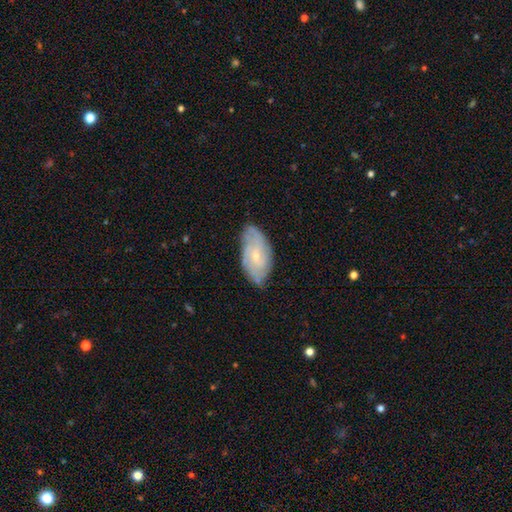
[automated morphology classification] smooth_or_featured: featured or disk (p=0.67) [alt: smooth p=0.27]
disk_edge_on: no (p=0.93) [alt: yes p=0.07]
bar: no (p=0.67) [alt: weak p=0.29]
has_spiral_arms: yes (p=0.87) [alt: no p=0.13]
spiral_winding: tight (p=0.57) [alt: medium p=0.32]
spiral_arm_count: can't tell (p=0.47) [alt: 2 p=0.22]
bulge_size: small (p=0.72) [alt: moderate p=0.24]
merging: none (p=0.75) [alt: minor disturbance p=0.20]